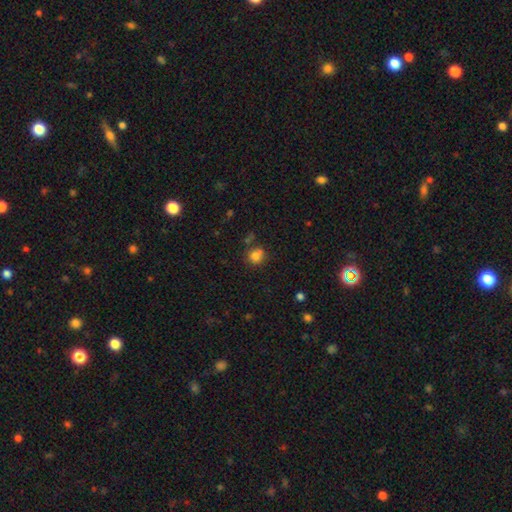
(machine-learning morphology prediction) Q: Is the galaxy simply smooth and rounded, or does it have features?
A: smooth — 81%.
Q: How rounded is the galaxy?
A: round — 78%.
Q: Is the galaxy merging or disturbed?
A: none — 67%.